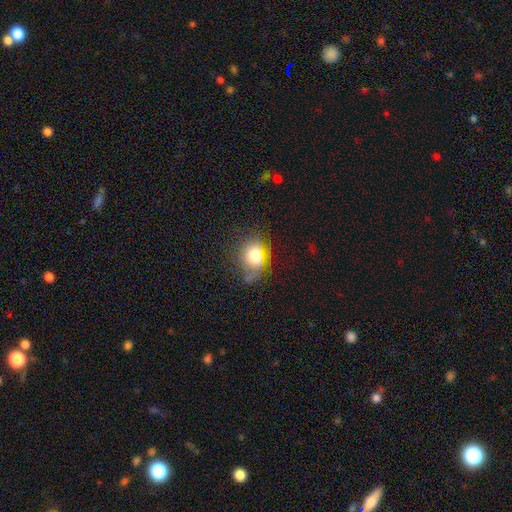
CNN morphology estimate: smooth 71%, featured or disk 16%, star or artifact 13%. Down the decision tree: how rounded — round (51%); merging — none (59%).